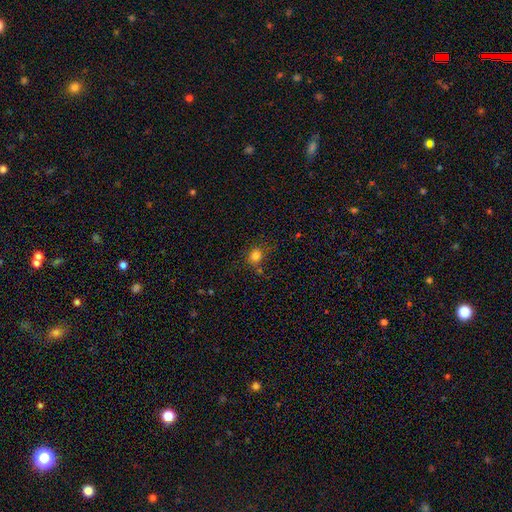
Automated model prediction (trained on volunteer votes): Morphology: type=smooth (78%); roundness=round (70%); merging=none (67%).